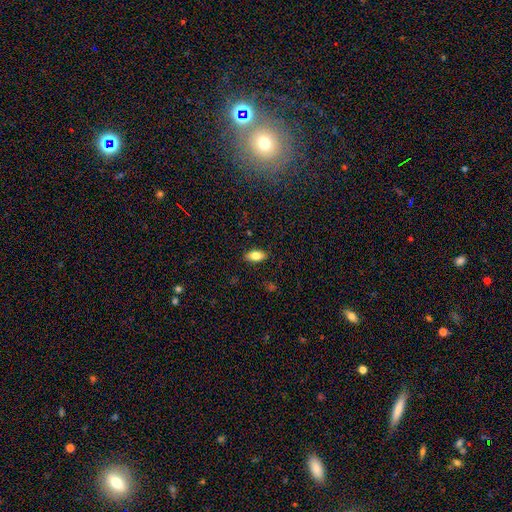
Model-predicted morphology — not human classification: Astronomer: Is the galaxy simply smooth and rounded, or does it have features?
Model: smooth — 78%.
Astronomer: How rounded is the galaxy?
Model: in between — 89%.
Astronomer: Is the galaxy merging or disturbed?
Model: none — 88%.